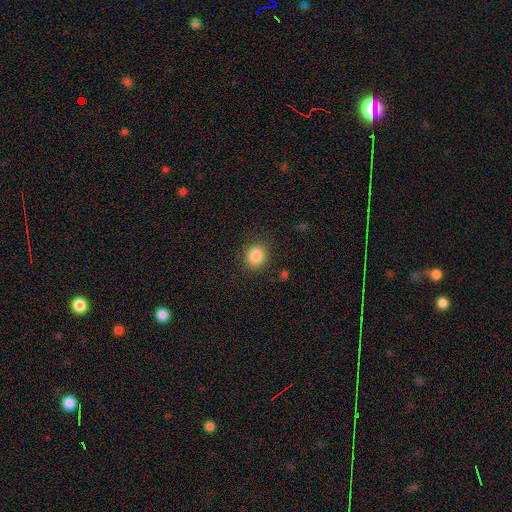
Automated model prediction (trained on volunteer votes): smooth-or-featured: smooth: 85% | star or artifact: 10% | featured or disk: 5%
  how-rounded: round: 78% | in between: 21% | cigar-shaped: 1%
  merging: none: 86% | minor disturbance: 9% | major disturbance: 3% | merger: 1%